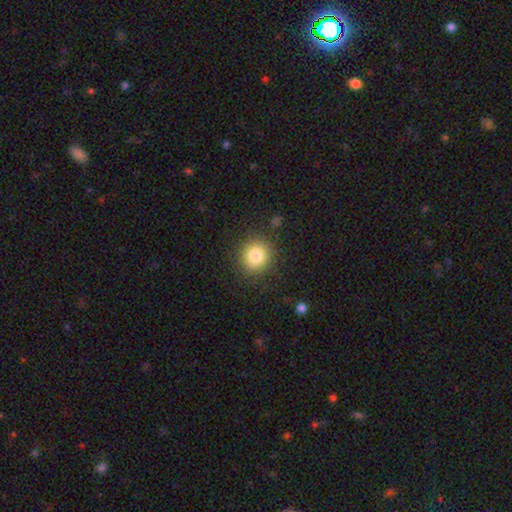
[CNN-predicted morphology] smooth-or-featured: smooth: 83% | star or artifact: 10% | featured or disk: 7%
  how-rounded: round: 88% | in between: 11% | cigar-shaped: 1%
  merging: none: 87% | minor disturbance: 8% | major disturbance: 3% | merger: 1%